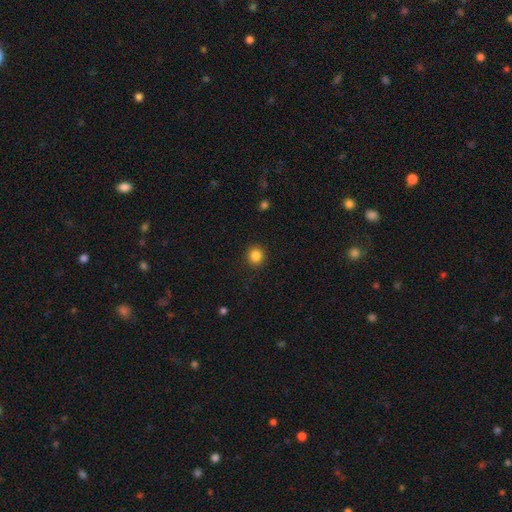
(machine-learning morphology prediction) smooth_or_featured: smooth (p=0.85) [alt: star or artifact p=0.11]
how_rounded: round (p=0.91) [alt: in between p=0.08]
merging: none (p=0.91) [alt: minor disturbance p=0.06]